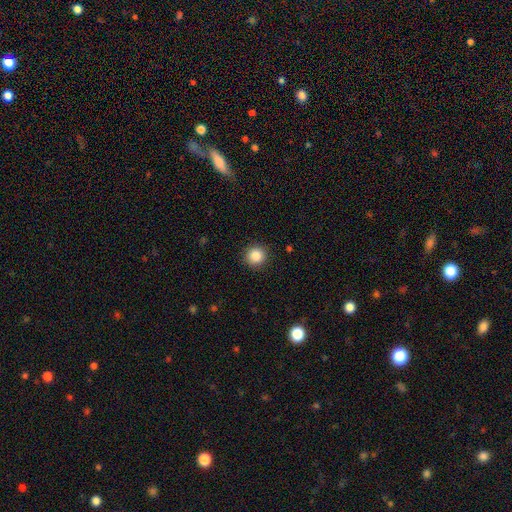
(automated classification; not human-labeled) A smooth galaxy with no disk features (87%) that is round (94%). Merging: none (91%).